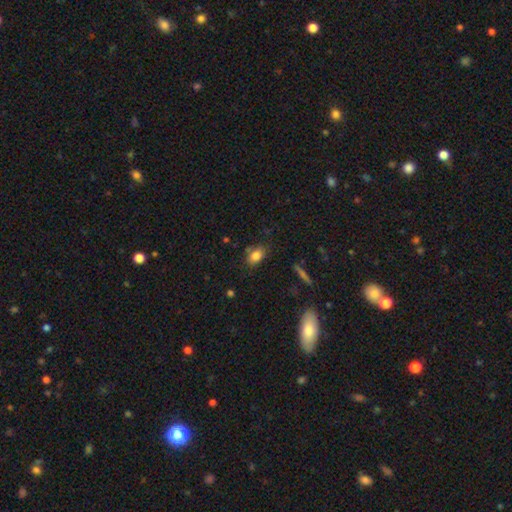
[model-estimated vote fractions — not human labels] This appears to be a smooth galaxy with no disk features (82%) that is in between round and cigar-shaped (82%). Merging: none (73%).